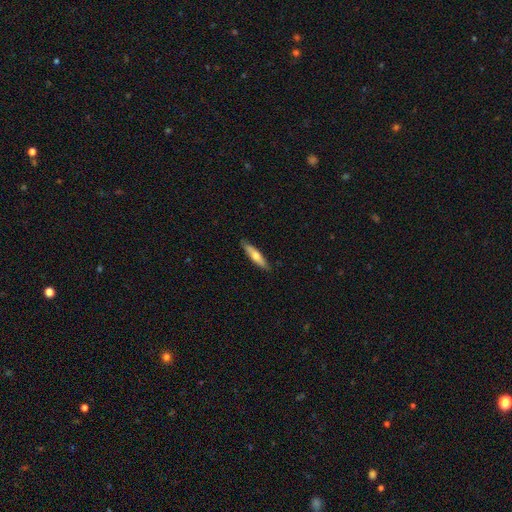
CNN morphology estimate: This appears to be a smooth galaxy with no disk features (60%) that is cigar-shaped (78%). Merging: none (86%).